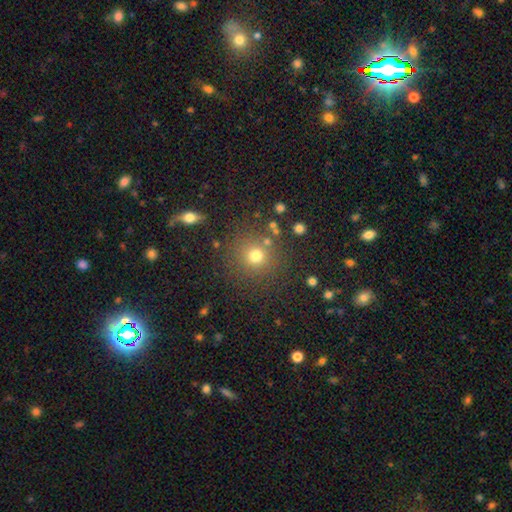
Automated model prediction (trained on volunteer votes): Smooth or featured? Predicted: smooth (p=0.73). How rounded? Predicted: round (p=0.93). Merging? Predicted: none (p=0.83).